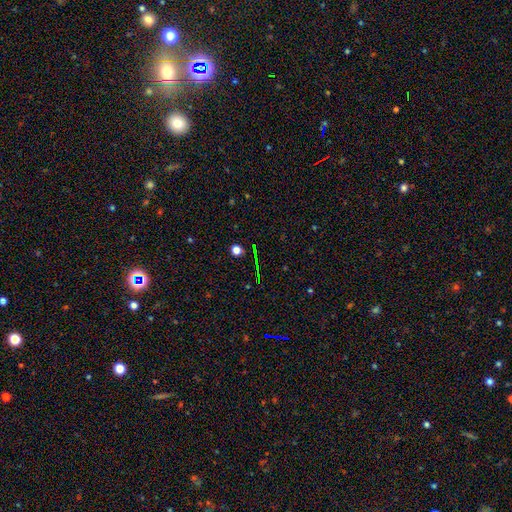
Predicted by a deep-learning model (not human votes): A star or artifact, not a galaxy (58%).

Vote fractions:
- Smooth or featured? star or artifact: 58% / smooth: 30% / featured or disk: 12%